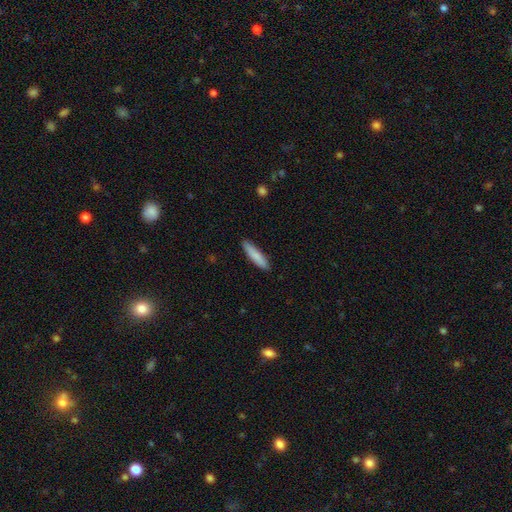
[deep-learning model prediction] A smooth galaxy with no disk features (84%) that is cigar-shaped (83%).

Vote fractions:
- Smooth or featured? smooth: 84% / featured or disk: 10% / star or artifact: 6%
- How rounded? cigar-shaped: 83% / in between: 16% / round: 1%
- Merging? none: 88% / minor disturbance: 9% / major disturbance: 2% / merger: 1%